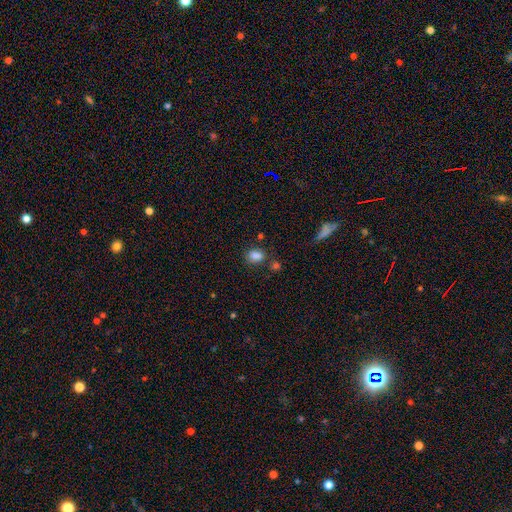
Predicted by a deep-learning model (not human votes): Smooth or featured: smooth — 83% (star or artifact — 12%)
How rounded: in between — 67% (round — 31%)
Merging: none — 69% (minor disturbance — 15%)